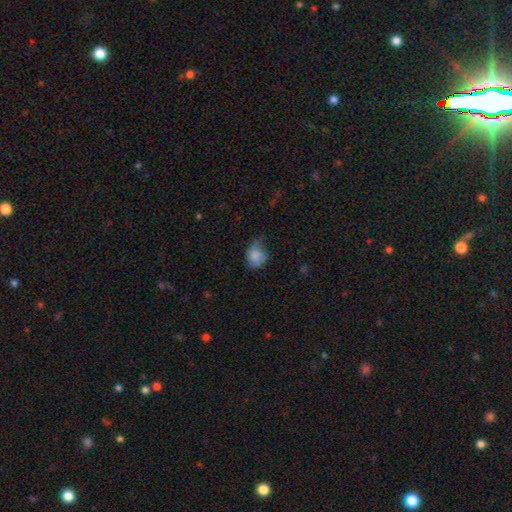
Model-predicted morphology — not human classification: type=smooth (79%); roundness=in between (50%); merging=minor disturbance (42%).